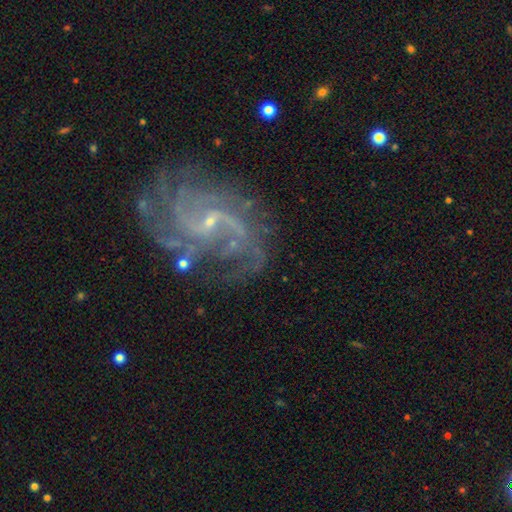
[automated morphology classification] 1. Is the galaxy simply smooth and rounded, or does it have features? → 88% featured or disk, 8% star or artifact, 4% smooth.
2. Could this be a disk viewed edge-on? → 98% no, 2% yes.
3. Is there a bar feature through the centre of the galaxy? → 45% weak, 39% no, 16% strong.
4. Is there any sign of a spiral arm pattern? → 97% yes, 3% no.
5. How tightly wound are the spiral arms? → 50% medium, 28% loose, 22% tight.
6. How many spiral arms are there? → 35% 2, 21% 3, 17% can't tell, 11% 4, 8% more than 4, 8% 1.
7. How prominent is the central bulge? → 84% small, 10% moderate, 4% none, 1% large, 1% dominant.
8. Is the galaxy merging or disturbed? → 60% none, 19% minor disturbance, 17% major disturbance, 4% merger.